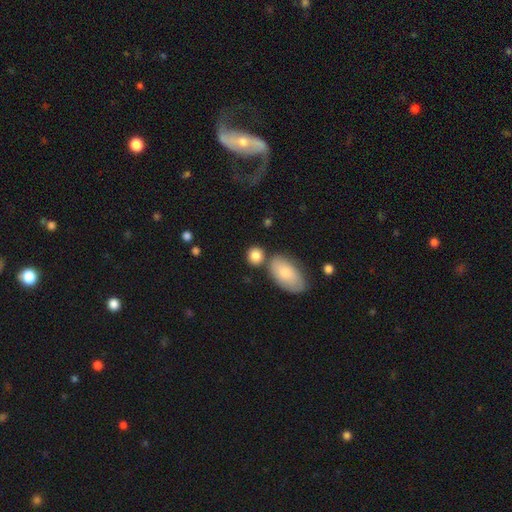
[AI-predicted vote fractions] This appears to be a smooth galaxy with no disk features (85%) that is round (68%). Merging: none (69%).